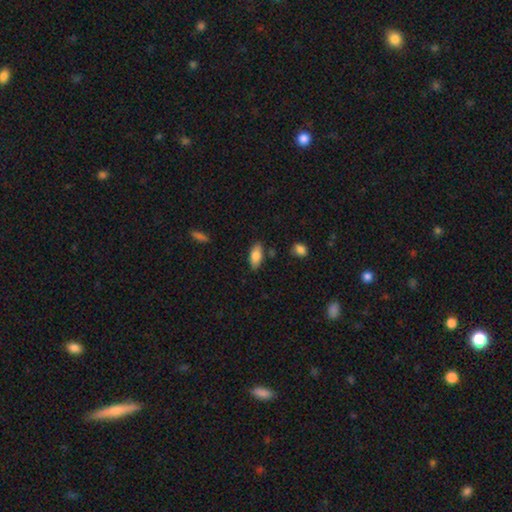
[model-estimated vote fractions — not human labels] A smooth galaxy with no disk features (84%) that is in between round and cigar-shaped (85%).

Vote fractions:
- Smooth or featured? smooth: 84% / featured or disk: 10% / star or artifact: 7%
- How rounded? in between: 85% / cigar-shaped: 13% / round: 2%
- Merging? none: 81% / minor disturbance: 13% / merger: 3% / major disturbance: 3%